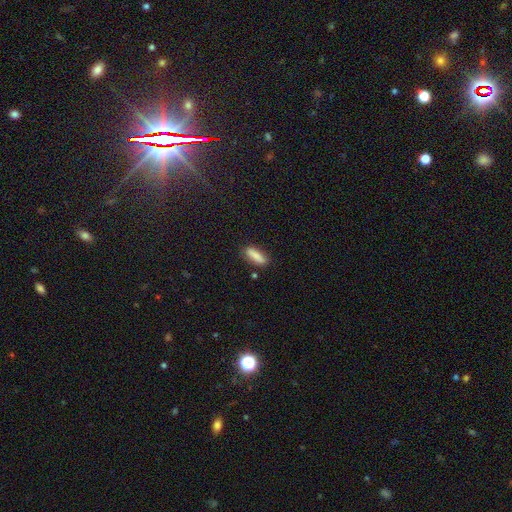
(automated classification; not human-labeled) The model was most divided on "how rounded": cigar-shaped: 54%, in between: 43%, round: 2%. More confident: smooth or featured — smooth (85%); merging — none (83%).